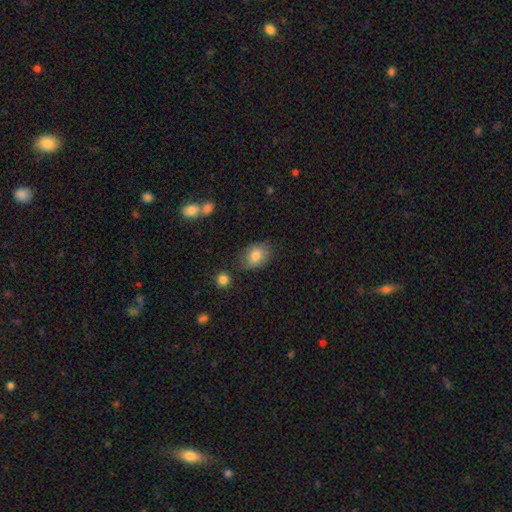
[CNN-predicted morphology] This appears to be a smooth galaxy with no disk features (80%) that is in between round and cigar-shaped (69%). Merging: none (73%).